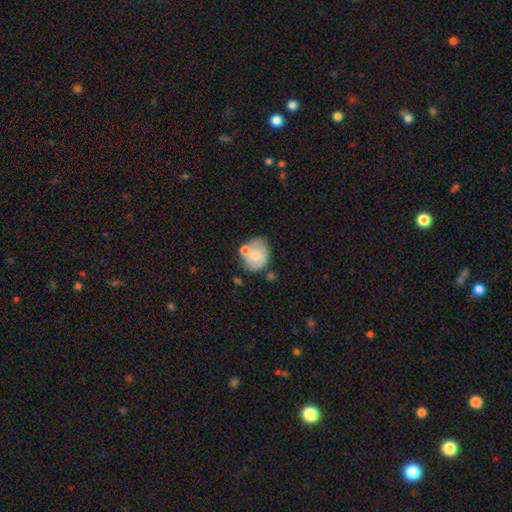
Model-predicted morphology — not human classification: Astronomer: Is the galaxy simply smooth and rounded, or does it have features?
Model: smooth — 57% (runner-up: featured or disk, 36%).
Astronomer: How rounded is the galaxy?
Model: in between — 50% (runner-up: round, 49%).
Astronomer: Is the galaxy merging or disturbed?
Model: none — 50%.